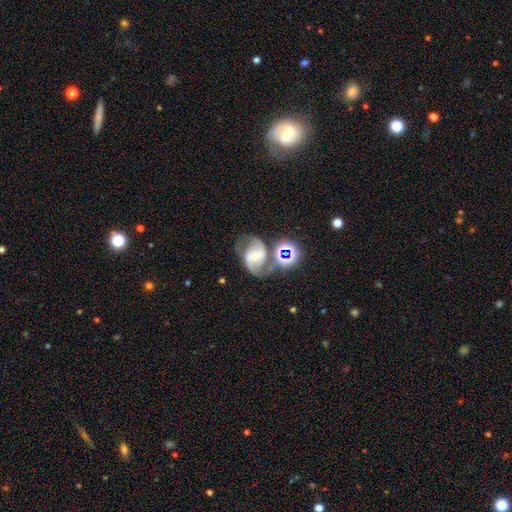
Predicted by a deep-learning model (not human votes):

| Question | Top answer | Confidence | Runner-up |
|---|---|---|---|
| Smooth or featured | featured or disk | 80% | star or artifact (10%) |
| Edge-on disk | no | 98% | yes (2%) |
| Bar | weak | 41% | no (31%) |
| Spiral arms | yes | 95% | no (5%) |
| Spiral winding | medium | 53% | loose (33%) |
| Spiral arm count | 2 | 92% | can't tell (3%) |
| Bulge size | small | 52% | moderate (38%) |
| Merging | none | 58% | minor disturbance (17%) |